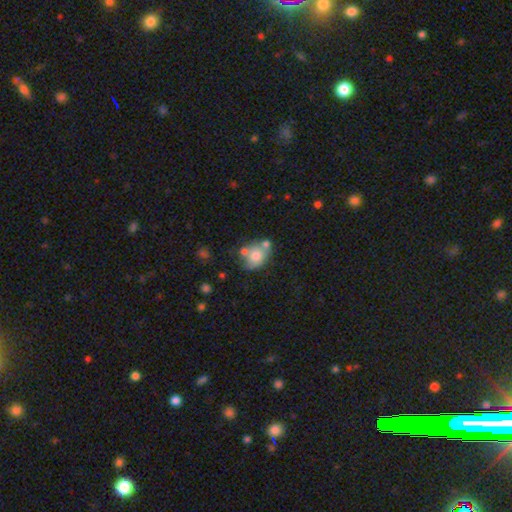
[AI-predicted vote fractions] Morphology: type=smooth (70%); roundness=in between (54%); merging=none (45%).